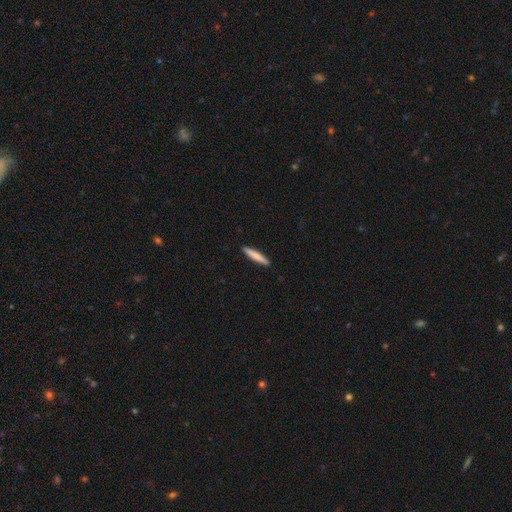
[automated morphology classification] This appears to be a smooth galaxy with no disk features (80%) that is cigar-shaped (93%). Merging: none (92%).